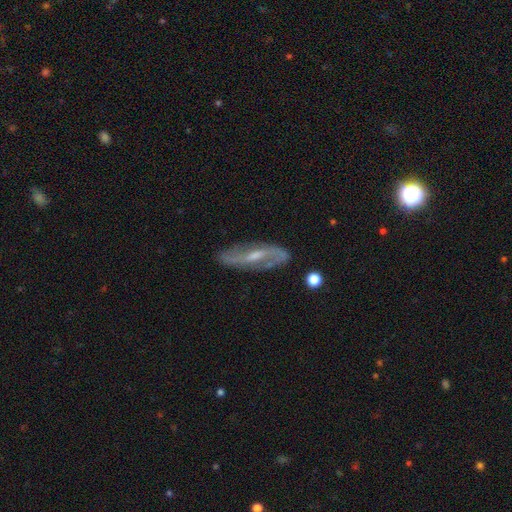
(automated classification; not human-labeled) Overall: featured or disk (81%). Edge-on disk: no (84%). Bar: weak (44%; strong 34%). Spiral arms: yes (92%). Spiral arm count: 2 (88%). Spiral winding: loose (44%; medium 39%). Bulge size: small (55%; moderate 37%). Merging: none (80%).